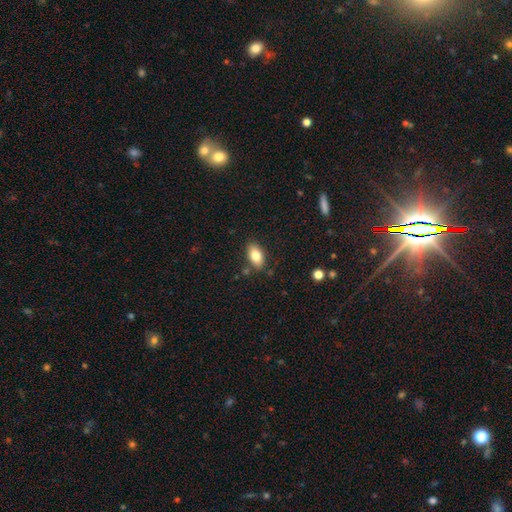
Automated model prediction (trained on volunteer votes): smooth_or_featured: smooth (p=0.81) [alt: featured or disk p=0.11]
how_rounded: in between (p=0.91) [alt: round p=0.06]
merging: none (p=0.82) [alt: minor disturbance p=0.12]